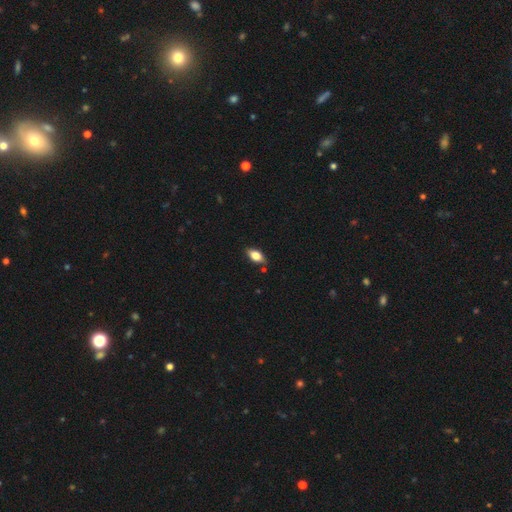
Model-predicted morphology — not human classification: Overall: smooth (74%). How rounded: in between (88%). Merging: none (82%).